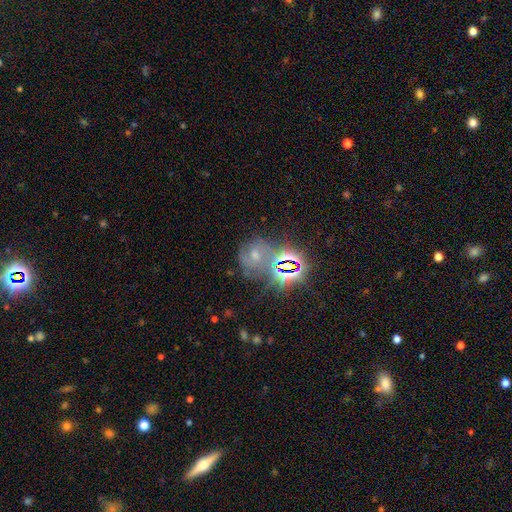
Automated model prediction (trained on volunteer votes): A star or artifact, not a galaxy (42%).

Vote fractions:
- Smooth or featured? star or artifact: 42% / smooth: 29% / featured or disk: 29%